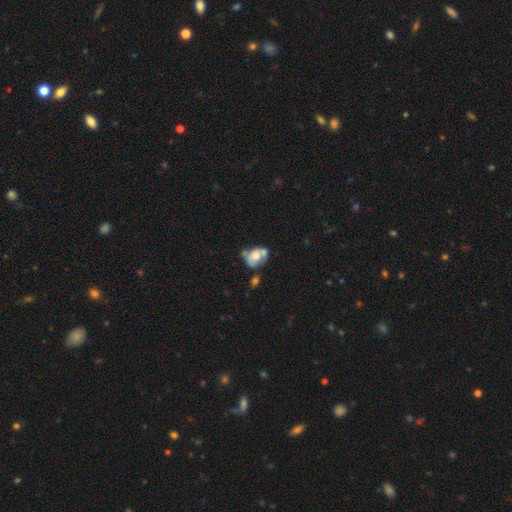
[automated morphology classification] Smooth or featured: smooth — 48% (featured or disk — 43%)
Merging: merger — 35% (none — 27%)